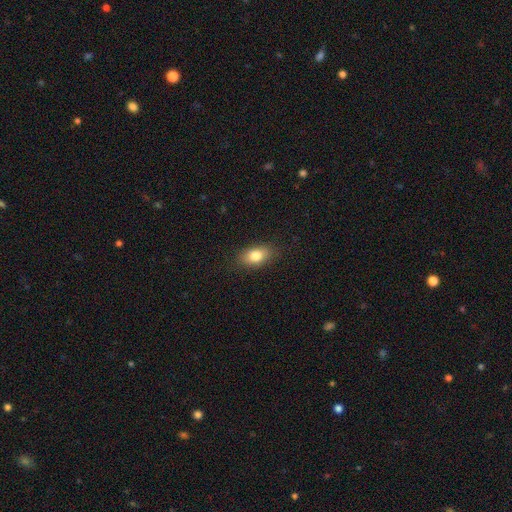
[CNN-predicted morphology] Smooth or featured: smooth — 81% (featured or disk — 11%)
How rounded: in between — 86% (round — 10%)
Merging: none — 85% (minor disturbance — 11%)